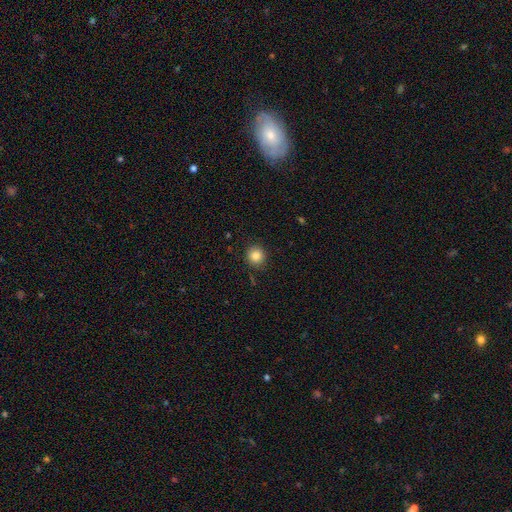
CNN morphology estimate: smooth_or_featured: smooth (p=0.84) [alt: star or artifact p=0.11]
how_rounded: round (p=0.90) [alt: in between p=0.09]
merging: none (p=0.89) [alt: minor disturbance p=0.08]